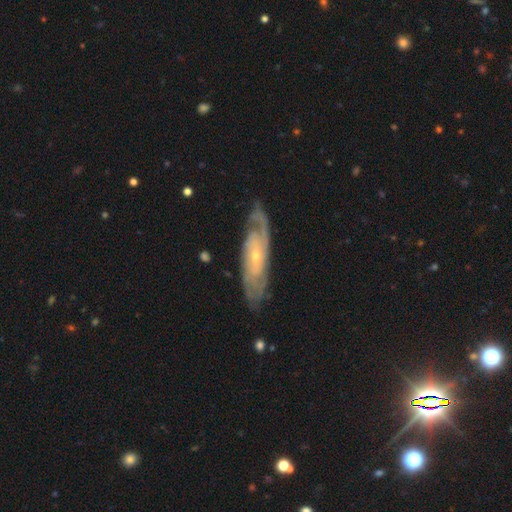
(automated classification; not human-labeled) A featured or disk galaxy (84%) with no bar (67%), 2 (45%) tight (62%) spiral arms (94%) and a small central bulge (77%).

Vote fractions:
- Smooth or featured? featured or disk: 84% / smooth: 11% / star or artifact: 5%
- Edge-on disk? no: 85% / yes: 15%
- Bar? no: 67% / weak: 26% / strong: 7%
- Spiral arms? yes: 94% / no: 6%
- Spiral winding? tight: 62% / medium: 30% / loose: 8%
- Spiral arm count? 2: 45% / can't tell: 33% / 3: 9% / 1: 5% / 4: 5% / more than 4: 4%
- Bulge size? small: 77% / moderate: 19% / none: 2% / large: 1% / dominant: 1%
- Merging? none: 77% / minor disturbance: 16% / major disturbance: 5% / merger: 1%